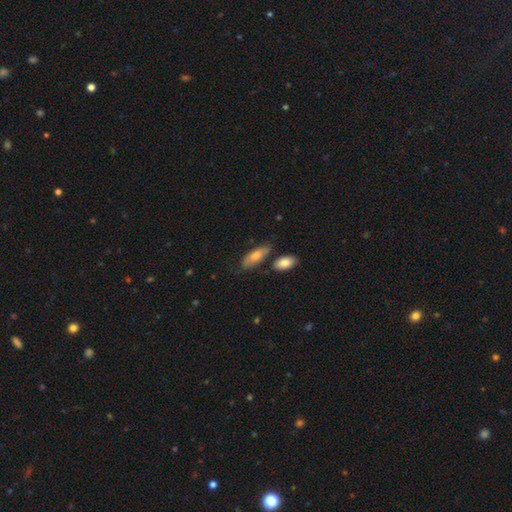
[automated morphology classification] A smooth galaxy with no disk features (69%) that is in between round and cigar-shaped (75%). Merging: none (67%).